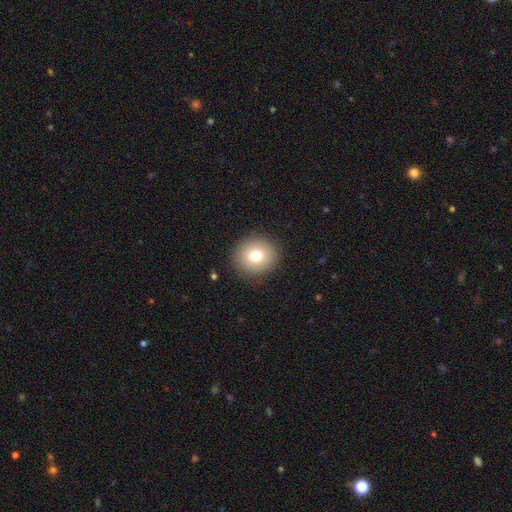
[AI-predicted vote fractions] The model was most divided on "smooth or featured": smooth: 75%, featured or disk: 14%, star or artifact: 11%. More confident: merging — none (90%); how rounded — round (87%).